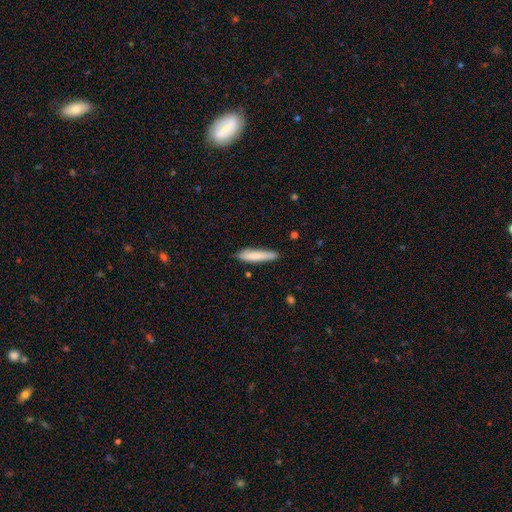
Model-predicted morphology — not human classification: type=smooth (80%); roundness=cigar-shaped (84%); merging=none (78%).